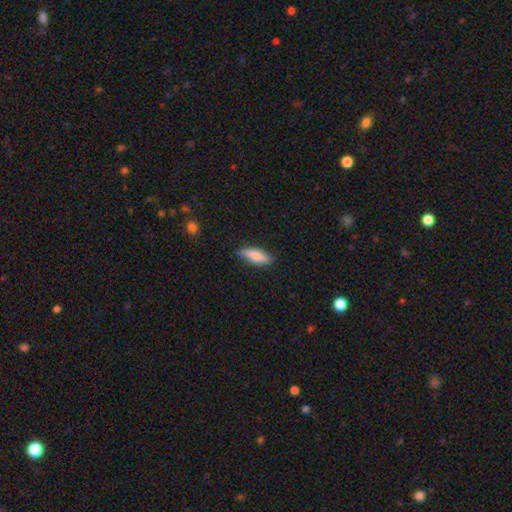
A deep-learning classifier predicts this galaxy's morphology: smooth-or-featured: smooth: 80% | featured or disk: 14% | star or artifact: 6%
  how-rounded: in between: 50% | cigar-shaped: 48% | round: 2%
  merging: none: 79% | minor disturbance: 17% | major disturbance: 3% | merger: 1%